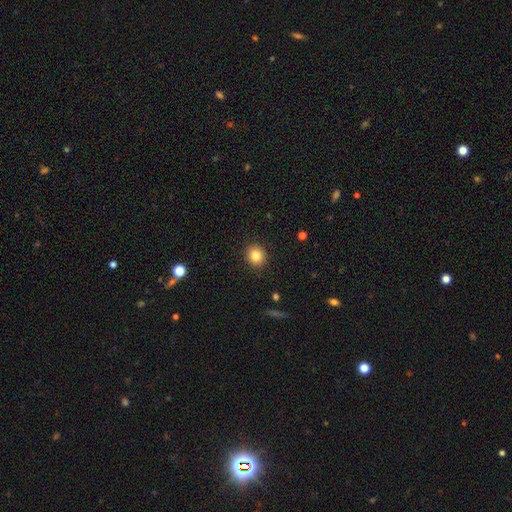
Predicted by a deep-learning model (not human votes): Smooth or featured? smooth (83%)
How rounded? round (83%)
Merging? none (91%)